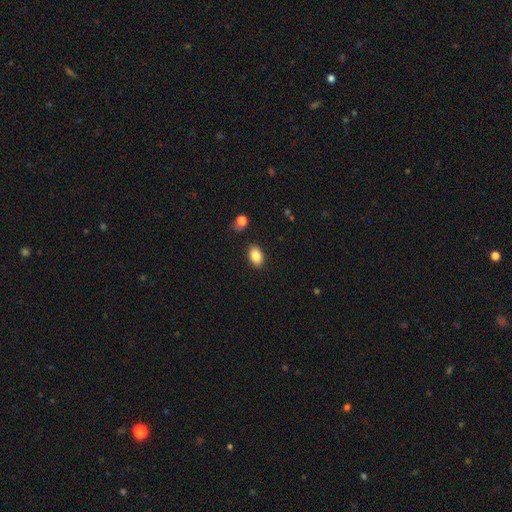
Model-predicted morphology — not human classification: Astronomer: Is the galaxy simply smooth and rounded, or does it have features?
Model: smooth — 85%.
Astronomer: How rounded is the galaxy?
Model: in between — 89%.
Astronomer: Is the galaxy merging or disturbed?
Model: none — 87%.